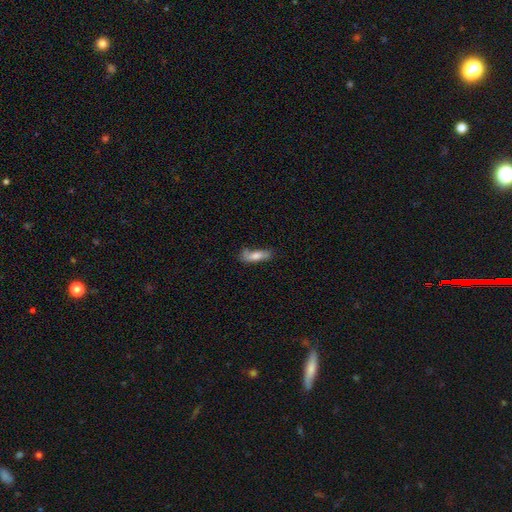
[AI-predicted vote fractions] Smooth or featured?
  - smooth: 69% *
  - featured or disk: 23%
  - star or artifact: 8%
How rounded?
  - cigar-shaped: 56% *
  - in between: 42%
  - round: 2%
Merging?
  - none: 54% *
  - minor disturbance: 29%
  - major disturbance: 12%
  - merger: 5%